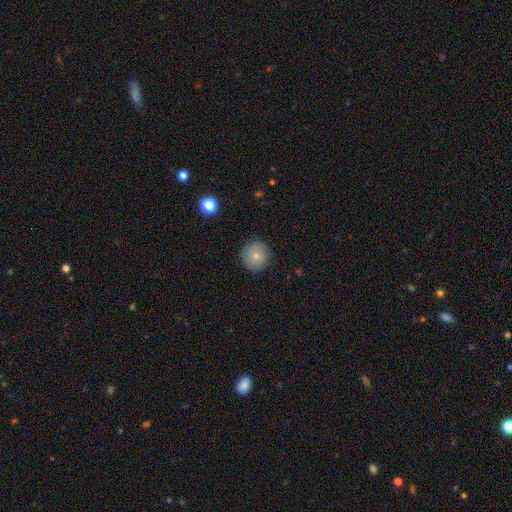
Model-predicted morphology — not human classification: Smooth or featured?
  - smooth: 78% *
  - featured or disk: 13%
  - star or artifact: 9%
How rounded?
  - round: 94% *
  - in between: 5%
  - cigar-shaped: 1%
Merging?
  - none: 89% *
  - minor disturbance: 8%
  - major disturbance: 2%
  - merger: 1%